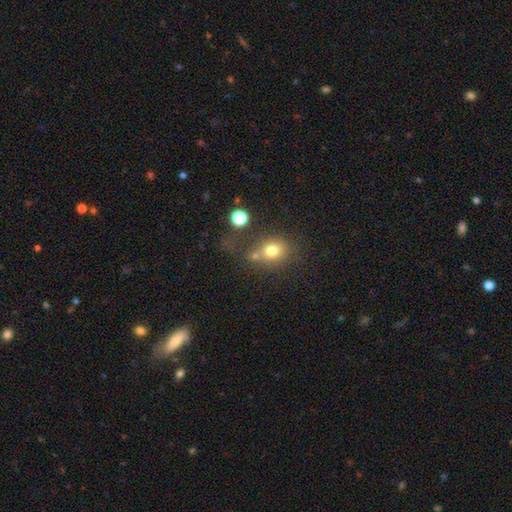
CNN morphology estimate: Smooth or featured? Predicted: smooth (p=0.73). How rounded? Predicted: round (p=0.65). Merging? Predicted: none (p=0.54).